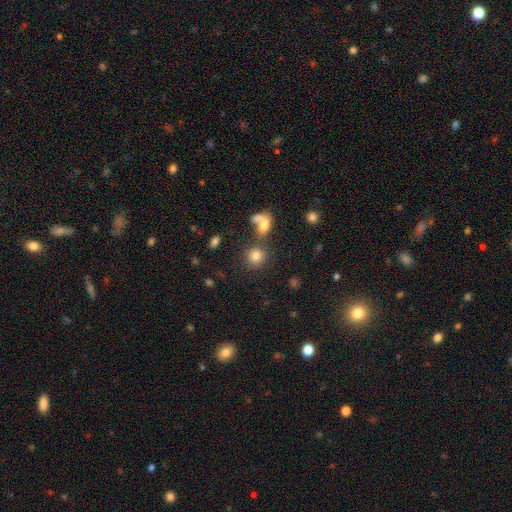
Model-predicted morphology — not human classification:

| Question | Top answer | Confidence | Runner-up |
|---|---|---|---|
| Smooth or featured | smooth | 80% | star or artifact (12%) |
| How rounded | round | 84% | in between (15%) |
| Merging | none | 68% | merger (17%) |